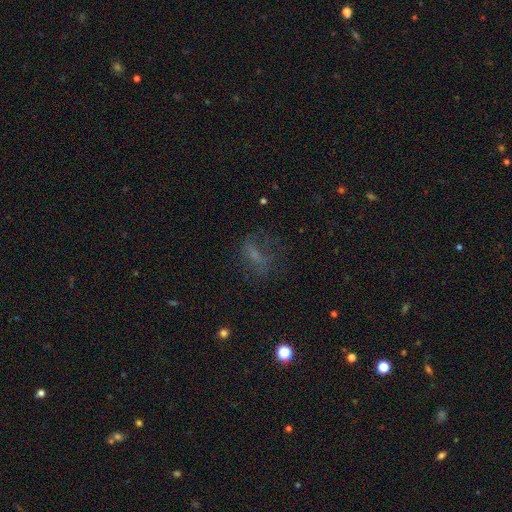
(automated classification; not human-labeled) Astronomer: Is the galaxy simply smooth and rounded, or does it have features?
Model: smooth — 44% (runner-up: featured or disk, 33%).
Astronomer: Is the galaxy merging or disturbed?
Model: none — 52%.